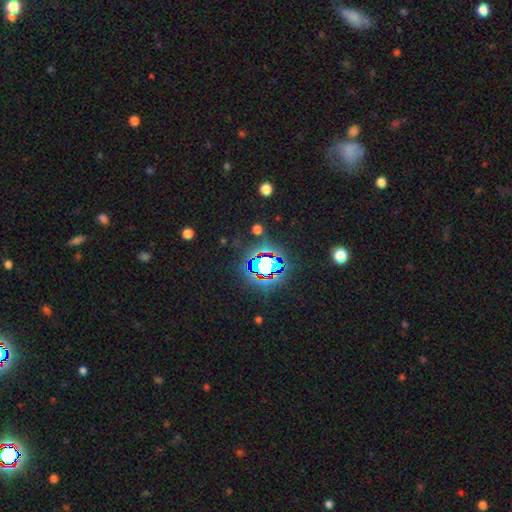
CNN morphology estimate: Smooth or featured?
  - star or artifact: 77% *
  - smooth: 14%
  - featured or disk: 9%